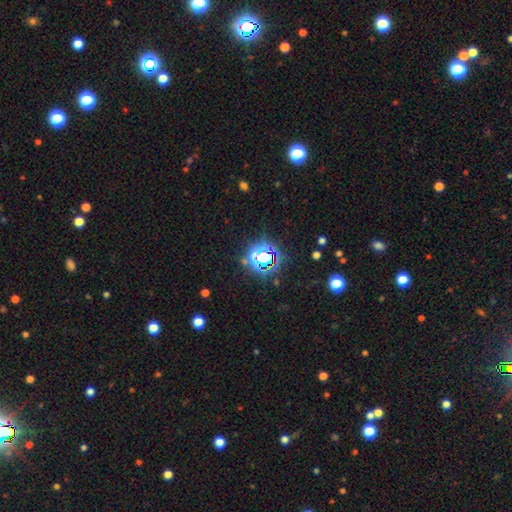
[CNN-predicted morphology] A star or artifact, not a galaxy (76%).